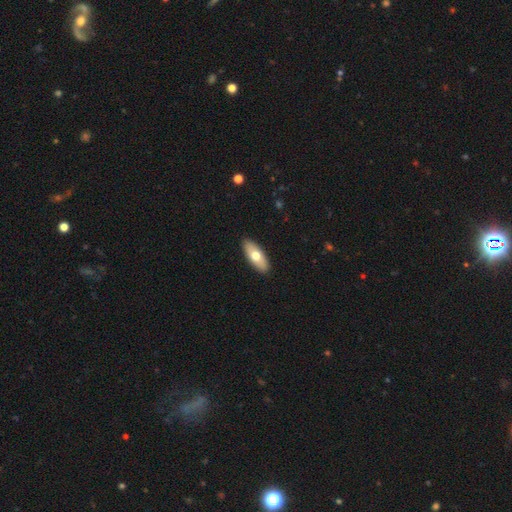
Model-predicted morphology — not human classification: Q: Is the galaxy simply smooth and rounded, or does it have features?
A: smooth — 67%.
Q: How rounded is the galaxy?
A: in between — 79%.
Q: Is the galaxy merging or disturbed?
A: none — 91%.